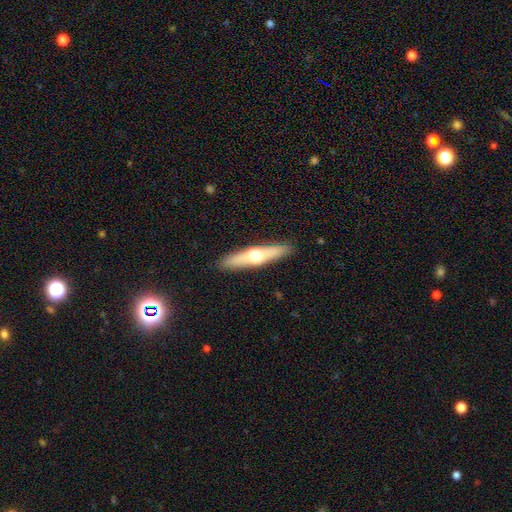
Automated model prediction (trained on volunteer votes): A featured or disk galaxy (50%) viewed edge-on (89%).

Vote fractions:
- Smooth or featured? featured or disk: 50% / smooth: 44% / star or artifact: 6%
- Edge-on disk? yes: 89% / no: 11%
- Merging? none: 90% / minor disturbance: 7% / major disturbance: 2% / merger: 1%